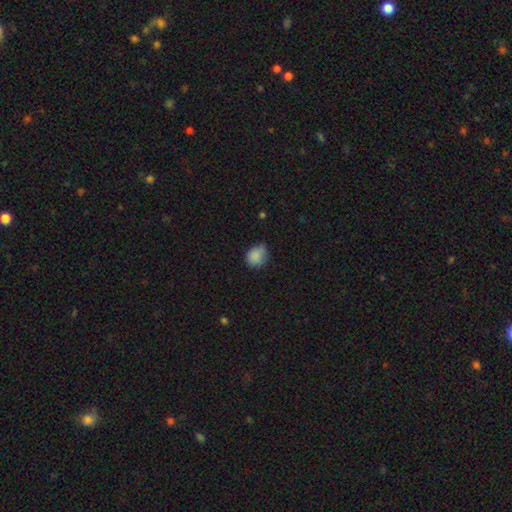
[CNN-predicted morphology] type=smooth (86%); roundness=round (62%); merging=none (63%).